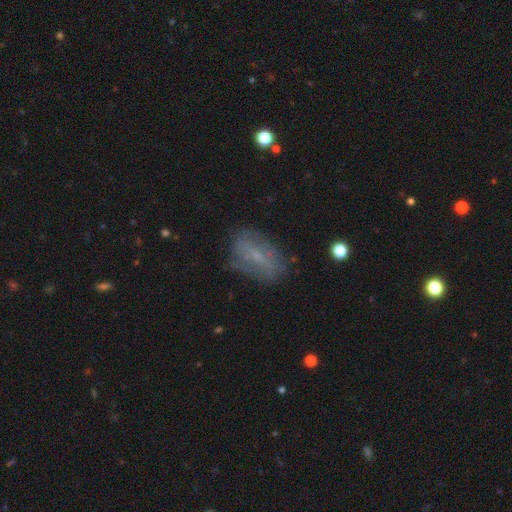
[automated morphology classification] smooth-or-featured: featured or disk: 45% | smooth: 42% | star or artifact: 13%
  merging: none: 70% | minor disturbance: 20% | major disturbance: 9% | merger: 2%